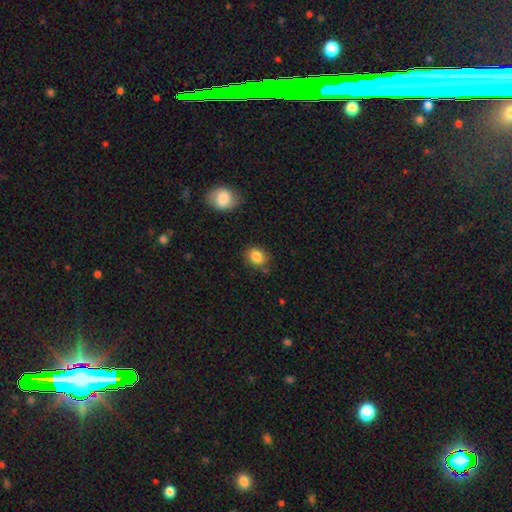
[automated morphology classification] Smooth or featured? Predicted: smooth (p=0.85). How rounded? Predicted: round (p=0.54). Merging? Predicted: none (p=0.78).